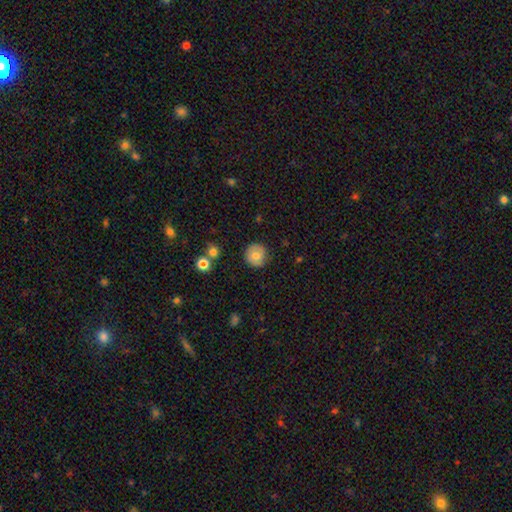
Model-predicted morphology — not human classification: smooth 60%, featured or disk 32%, star or artifact 8%. Down the decision tree: how rounded — round (90%); merging — none (83%).